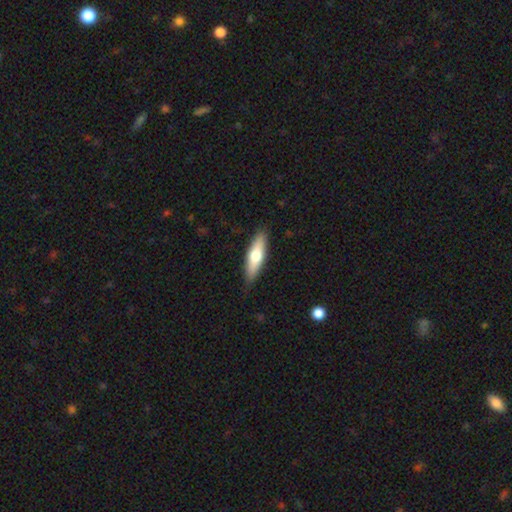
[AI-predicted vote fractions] A smooth galaxy with no disk features (60%) that is cigar-shaped (58%).

Vote fractions:
- Smooth or featured? smooth: 60% / featured or disk: 35% / star or artifact: 5%
- How rounded? cigar-shaped: 58% / in between: 40% / round: 2%
- Merging? none: 86% / minor disturbance: 11% / major disturbance: 2% / merger: 1%